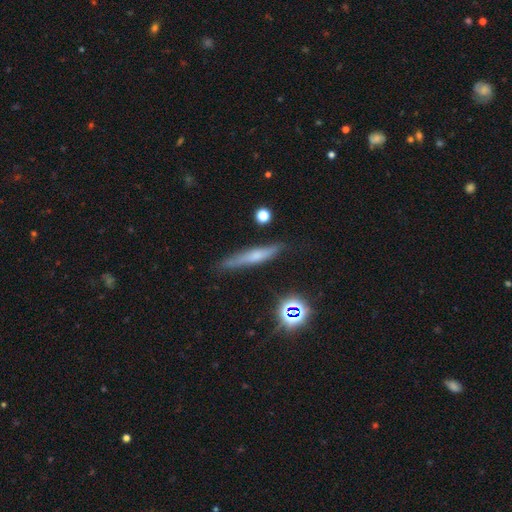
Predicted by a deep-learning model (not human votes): The model was most divided on "smooth or featured": smooth: 48%, featured or disk: 41%, star or artifact: 11%. More confident: merging — none (82%).